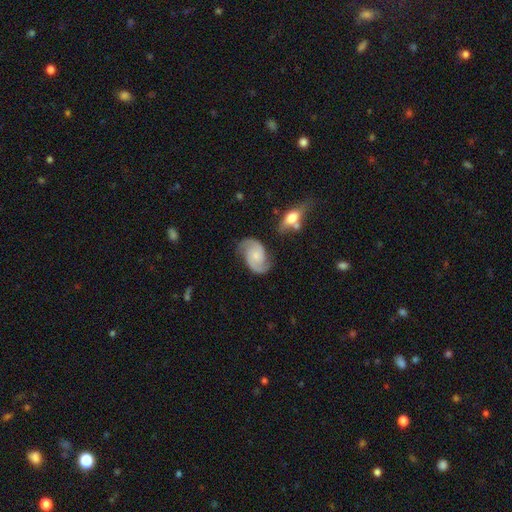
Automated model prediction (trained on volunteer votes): Smooth or featured?
  - featured or disk: 85% *
  - smooth: 10%
  - star or artifact: 5%
Edge-on disk?
  - no: 98% *
  - yes: 2%
Bar?
  - no: 65% *
  - weak: 30%
  - strong: 5%
Spiral arms?
  - yes: 97% *
  - no: 3%
Spiral winding?
  - medium: 52% *
  - tight: 27%
  - loose: 21%
Spiral arm count?
  - 2: 93% *
  - can't tell: 3%
  - 1: 1%
  - 3: 1%
  - 4: 1%
  - more than 4: 1%
Bulge size?
  - small: 49% *
  - moderate: 27%
  - none: 18%
  - large: 4%
  - dominant: 2%
Merging?
  - none: 76% *
  - minor disturbance: 16%
  - major disturbance: 5%
  - merger: 3%